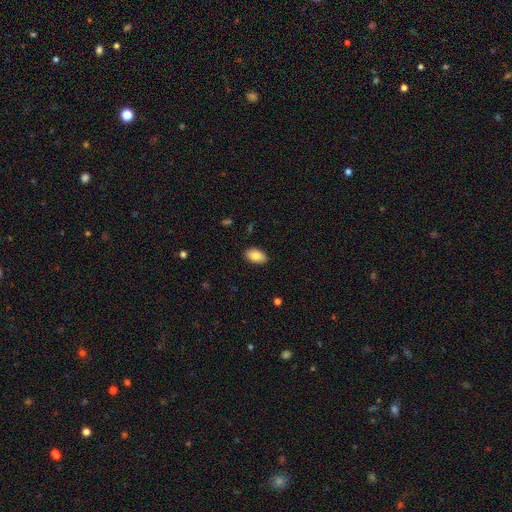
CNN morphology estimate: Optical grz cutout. It shows a smooth galaxy with no disk features (85%) that is in between round and cigar-shaped (93%). Merging: none (88%).